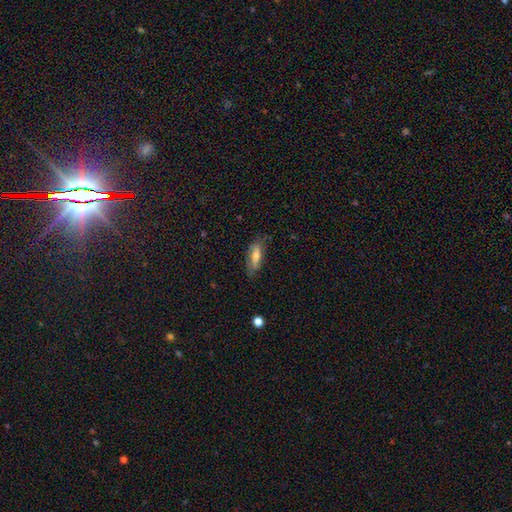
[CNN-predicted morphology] smooth_or_featured: smooth (p=0.53) [alt: featured or disk p=0.39]
how_rounded: in between (p=0.68) [alt: cigar-shaped p=0.28]
merging: none (p=0.73) [alt: minor disturbance p=0.21]